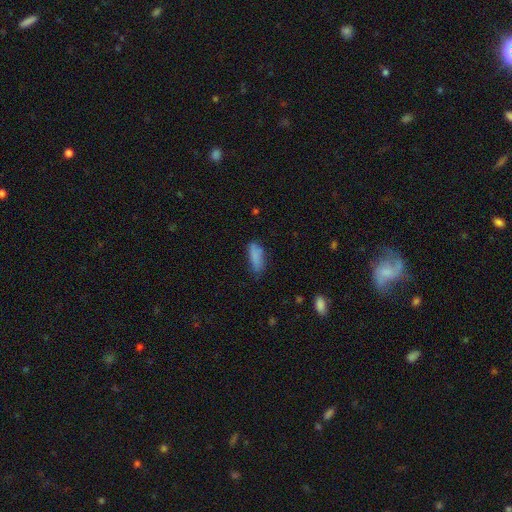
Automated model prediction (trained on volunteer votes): Q: Smooth or featured?
A: smooth (83%); runner-up: star or artifact (9%)
Q: How rounded?
A: in between (65%); runner-up: cigar-shaped (33%)
Q: Merging?
A: none (60%); runner-up: minor disturbance (29%)